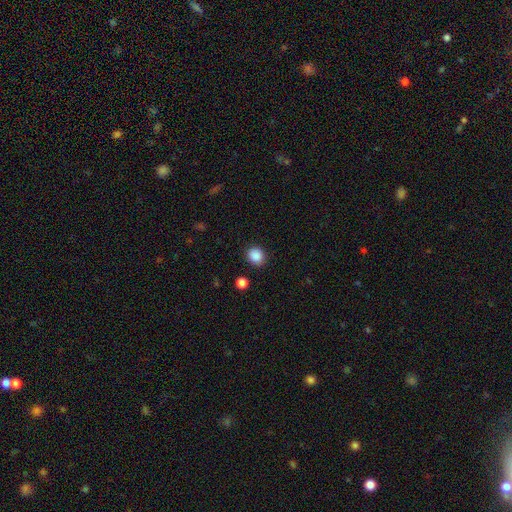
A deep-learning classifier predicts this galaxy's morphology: Smooth or featured? smooth (88%)
How rounded? round (75%)
Merging? none (88%)